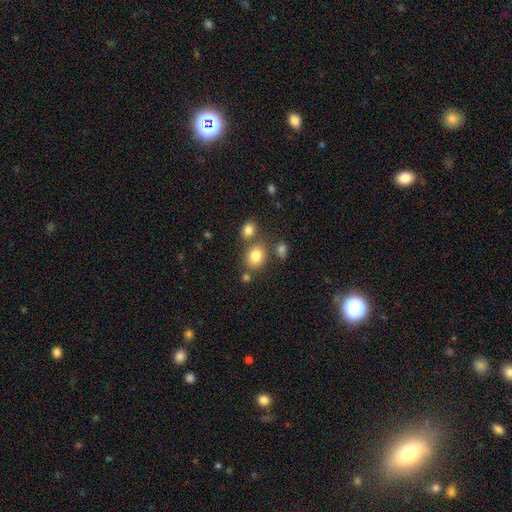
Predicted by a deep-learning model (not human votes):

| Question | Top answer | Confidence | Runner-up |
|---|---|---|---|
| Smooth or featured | smooth | 81% | star or artifact (11%) |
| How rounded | round | 57% | in between (42%) |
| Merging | none | 65% | merger (19%) |